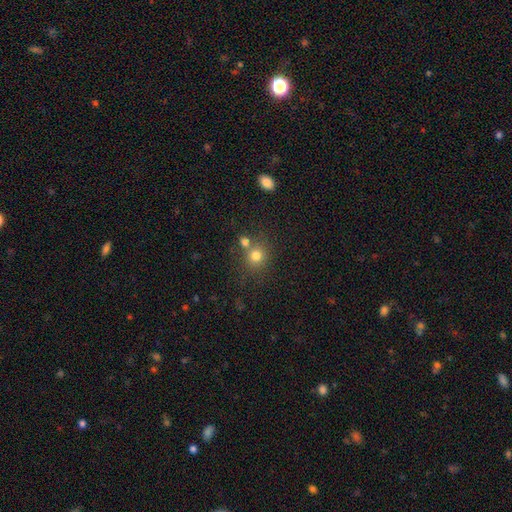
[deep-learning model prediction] Smooth or featured? Predicted: smooth (p=0.77). How rounded? Predicted: round (p=0.85). Merging? Predicted: none (p=0.60).